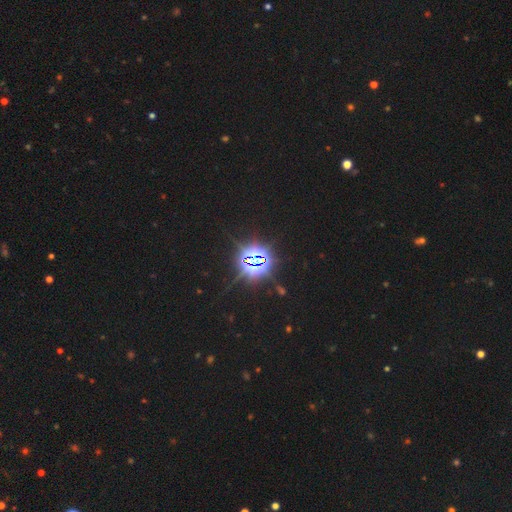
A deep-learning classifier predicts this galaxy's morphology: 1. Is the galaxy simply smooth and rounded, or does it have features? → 83% star or artifact, 10% smooth, 7% featured or disk.